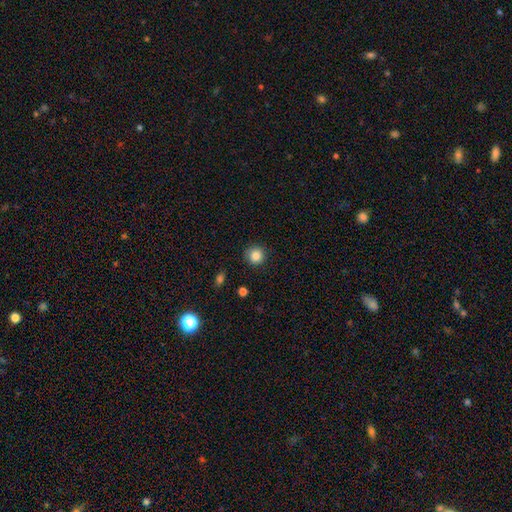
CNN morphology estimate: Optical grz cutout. It shows a smooth galaxy with no disk features (85%) that is round (93%). Merging: none (87%).